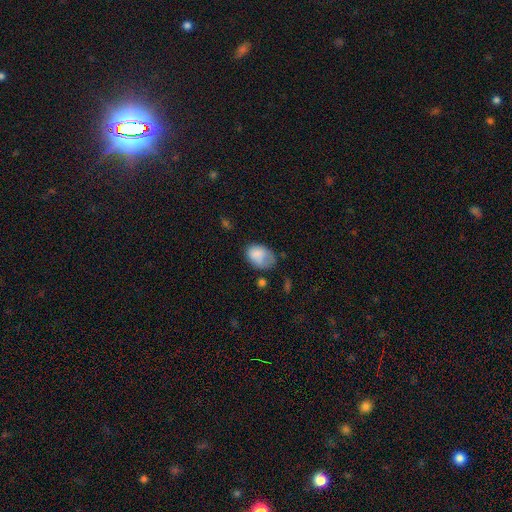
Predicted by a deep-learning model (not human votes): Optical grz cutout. It shows a smooth galaxy with no disk features (80%) that is in between round and cigar-shaped (79%). Merging: none (42%).